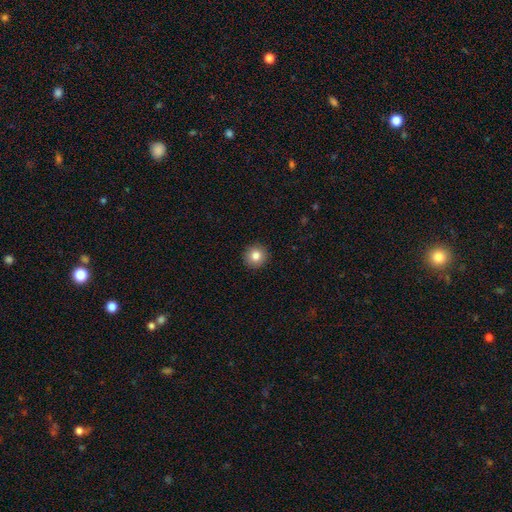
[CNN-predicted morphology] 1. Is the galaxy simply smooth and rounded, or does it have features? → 83% smooth, 10% star or artifact, 7% featured or disk.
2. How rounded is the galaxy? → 94% round, 5% in between, 1% cigar-shaped.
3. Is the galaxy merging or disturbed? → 93% none, 5% minor disturbance, 2% major disturbance, 1% merger.